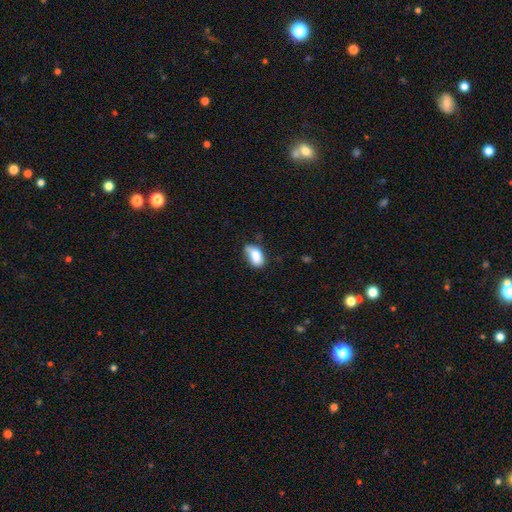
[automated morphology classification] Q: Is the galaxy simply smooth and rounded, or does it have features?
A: smooth — 81%.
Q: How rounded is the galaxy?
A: in between — 89%.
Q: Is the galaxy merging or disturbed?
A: none — 46%.